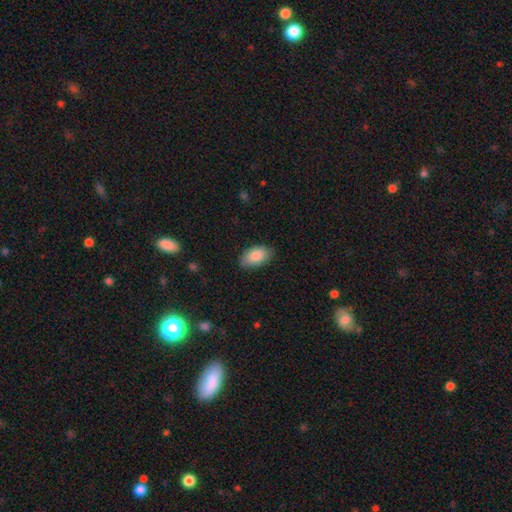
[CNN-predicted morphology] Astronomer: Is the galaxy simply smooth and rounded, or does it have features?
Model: smooth — 85%.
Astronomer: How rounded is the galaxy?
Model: in between — 93%.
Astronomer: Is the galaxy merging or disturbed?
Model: none — 79%.